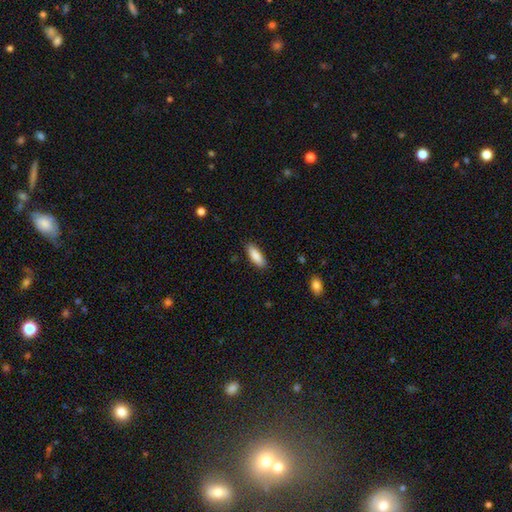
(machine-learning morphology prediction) This is clearly a smooth galaxy (88%). How rounded: likely in between (66%). Merging: clearly none (86%).